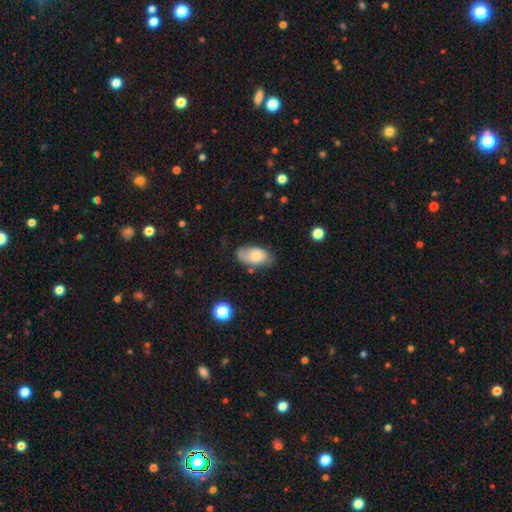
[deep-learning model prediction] A smooth galaxy with no disk features (56%) that is in between round and cigar-shaped (93%). Merging: none (65%).